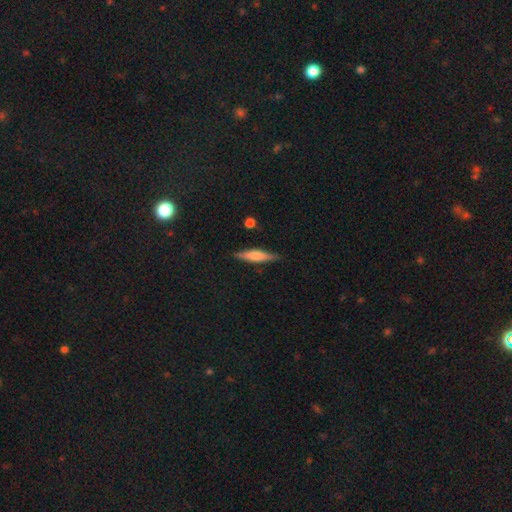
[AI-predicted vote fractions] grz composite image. It shows a smooth galaxy with no disk features (55%) that is cigar-shaped (82%). Merging: none (86%).